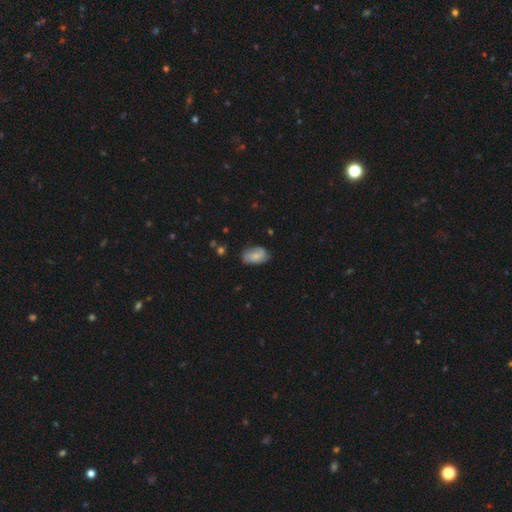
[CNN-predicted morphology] smooth 74%, featured or disk 19%, star or artifact 7%. Down the decision tree: how rounded — in between (92%); merging — none (67%).